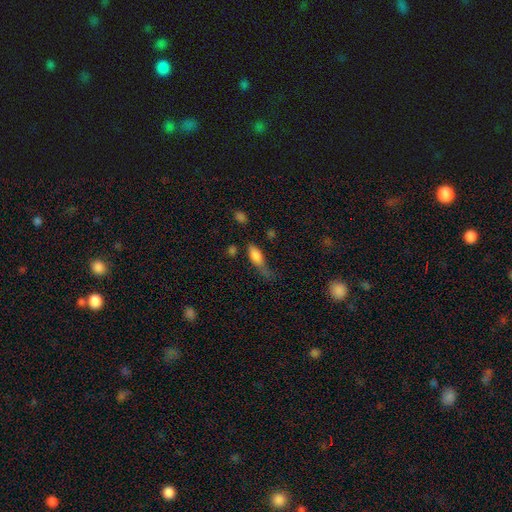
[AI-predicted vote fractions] smooth 76%, featured or disk 15%, star or artifact 9%. Down the decision tree: how rounded — in between (70%); merging — minor disturbance (35%).